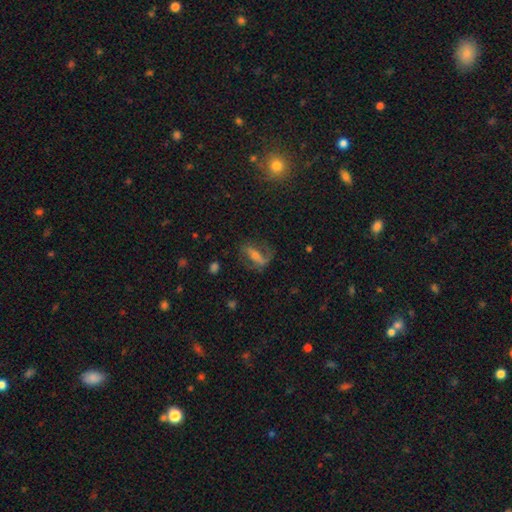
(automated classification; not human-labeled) Morphology: type=featured or disk (65%); edge-on=no (81%); bar=strong (54%); spiral arms=yes (76%); bulge=small (48%); merging=none (62%).